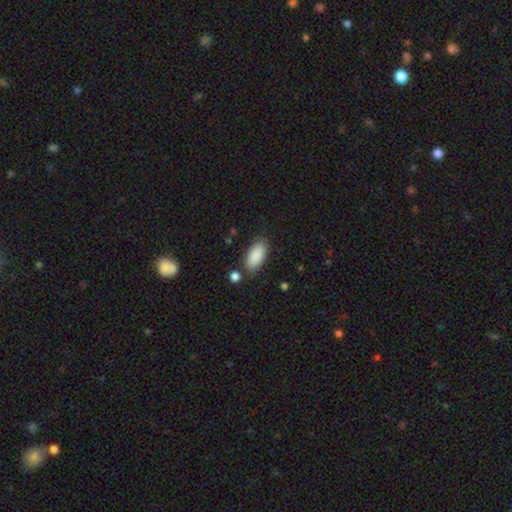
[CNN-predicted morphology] A smooth galaxy with no disk features (89%) that is in between round and cigar-shaped (90%).

Vote fractions:
- Smooth or featured? smooth: 89% / star or artifact: 6% / featured or disk: 4%
- How rounded? in between: 90% / cigar-shaped: 8% / round: 2%
- Merging? none: 80% / minor disturbance: 12% / merger: 5% / major disturbance: 3%